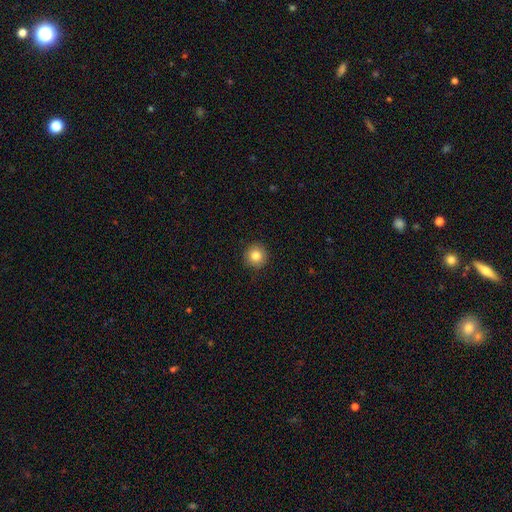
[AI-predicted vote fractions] smooth_or_featured: smooth (p=0.83) [alt: star or artifact p=0.10]
how_rounded: round (p=0.95) [alt: in between p=0.04]
merging: none (p=0.92) [alt: minor disturbance p=0.06]